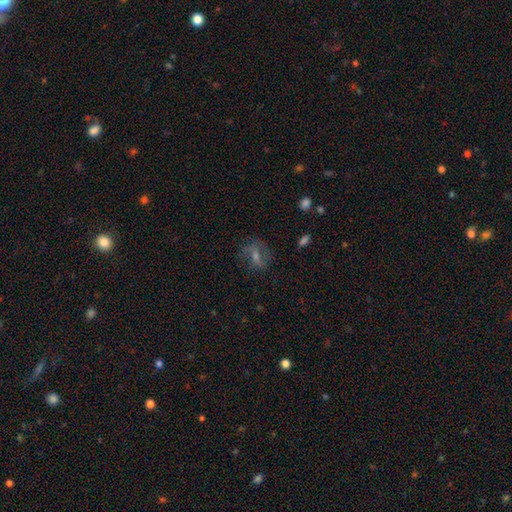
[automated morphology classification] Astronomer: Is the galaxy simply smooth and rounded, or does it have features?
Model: featured or disk — 50% (runner-up: smooth, 30%).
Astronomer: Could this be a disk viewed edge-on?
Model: no — 92%.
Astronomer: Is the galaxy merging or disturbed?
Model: none — 73%.